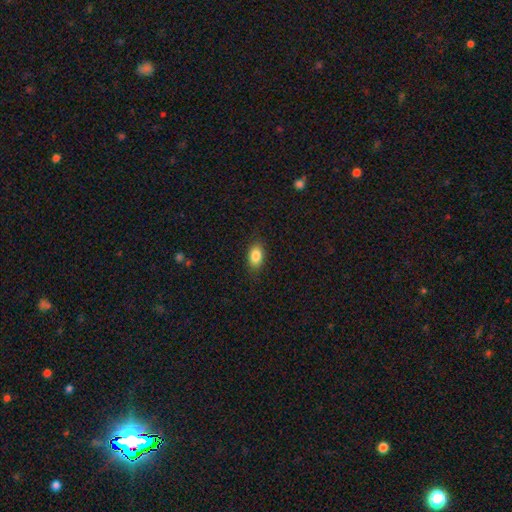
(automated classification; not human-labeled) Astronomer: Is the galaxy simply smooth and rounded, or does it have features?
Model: smooth — 86%.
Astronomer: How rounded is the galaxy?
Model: in between — 88%.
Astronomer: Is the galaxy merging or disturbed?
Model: none — 85%.